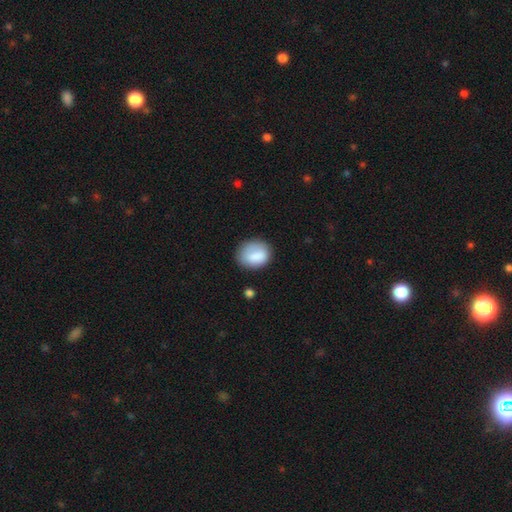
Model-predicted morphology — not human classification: A smooth galaxy with no disk features (82%) that is in between round and cigar-shaped (51%).

Vote fractions:
- Smooth or featured? smooth: 82% / featured or disk: 10% / star or artifact: 7%
- How rounded? in between: 51% / round: 48% / cigar-shaped: 1%
- Merging? none: 70% / minor disturbance: 21% / major disturbance: 7% / merger: 3%